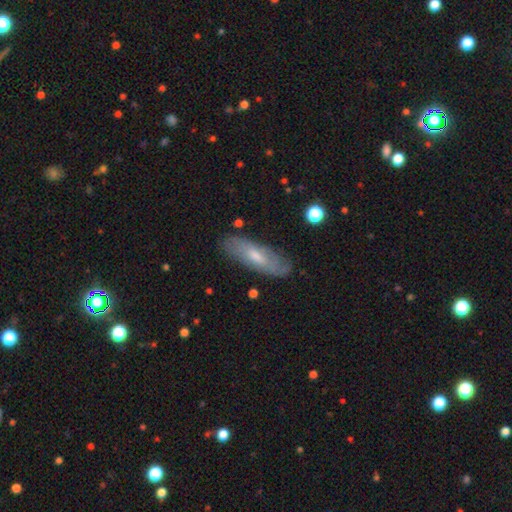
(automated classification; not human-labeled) Q: Smooth or featured?
A: featured or disk (51%); runner-up: smooth (41%)
Q: Edge-on disk?
A: no (69%); runner-up: yes (31%)
Q: Merging?
A: none (81%); runner-up: minor disturbance (14%)